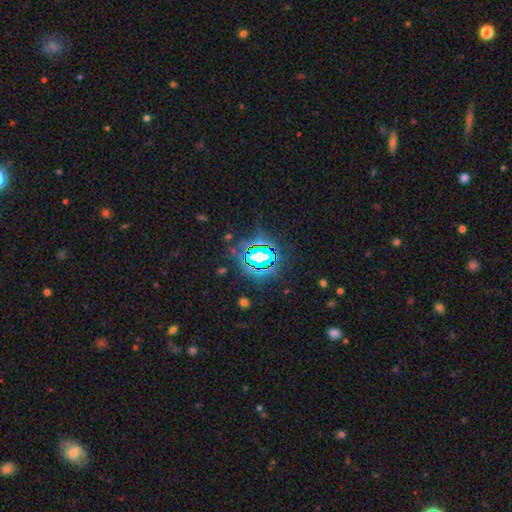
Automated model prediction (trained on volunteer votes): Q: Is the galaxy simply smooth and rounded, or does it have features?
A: star or artifact — 80%.